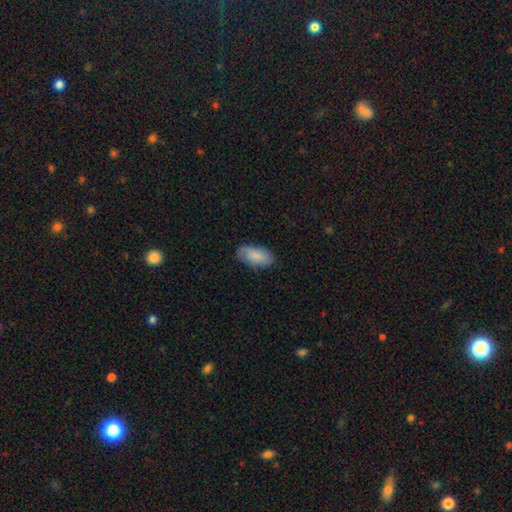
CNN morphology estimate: This appears to be a smooth galaxy with no disk features (84%) that is in between round and cigar-shaped (93%). Merging: none (79%).